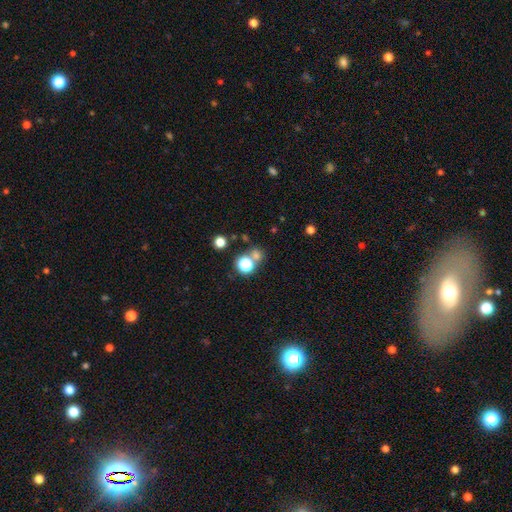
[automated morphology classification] Smooth or featured? smooth (62%)
How rounded? round (83%)
Merging? none (61%)